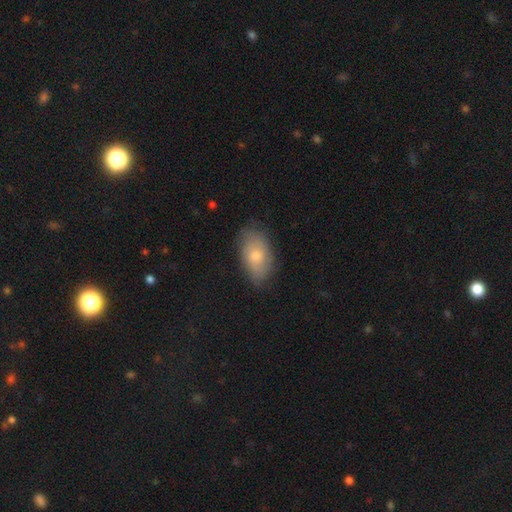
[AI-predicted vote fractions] This appears to be a smooth galaxy with no disk features (65%) that is in between round and cigar-shaped (92%). Merging: none (79%).